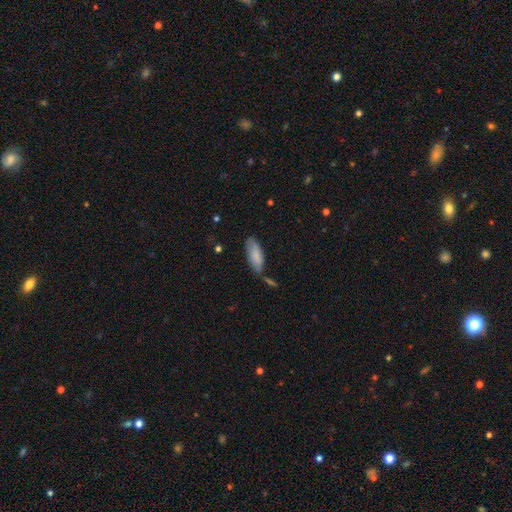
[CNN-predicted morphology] Q: Smooth or featured?
A: smooth (83%); runner-up: featured or disk (11%)
Q: How rounded?
A: in between (73%); runner-up: cigar-shaped (25%)
Q: Merging?
A: none (61%); runner-up: minor disturbance (24%)